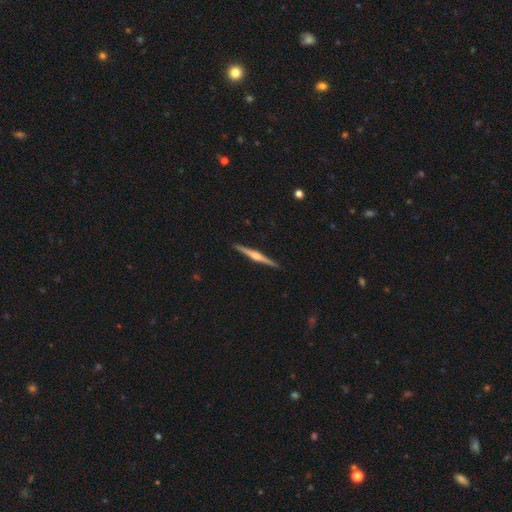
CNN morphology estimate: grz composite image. It shows a featured or disk galaxy (80%) viewed edge-on (99%) with a rounded central bulge (89%). Merging: none (92%).